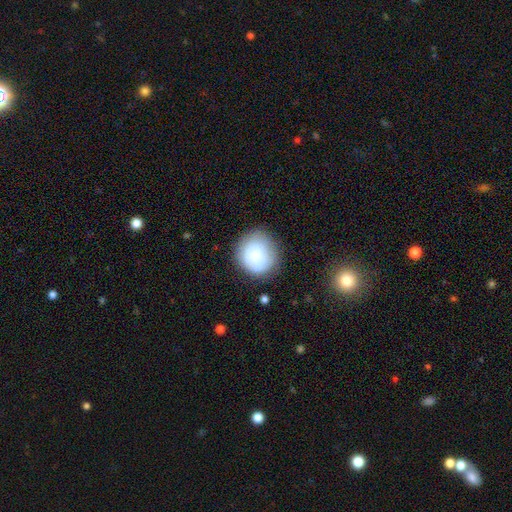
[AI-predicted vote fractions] The model was most divided on "merging": none: 72%, minor disturbance: 18%, major disturbance: 7%, merger: 3%. More confident: how rounded — round (85%); smooth or featured — smooth (78%).